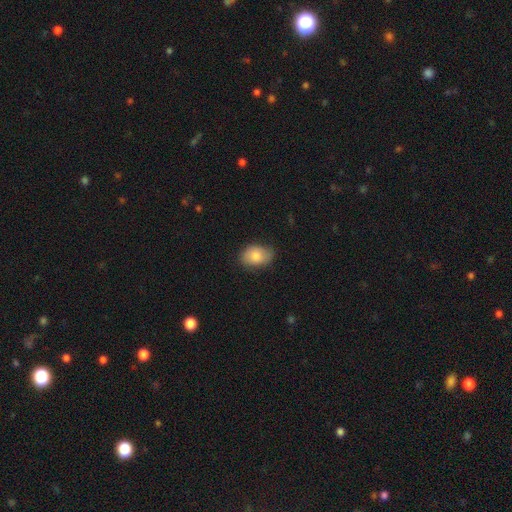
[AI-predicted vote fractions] Overall: smooth (81%). How rounded: in between (83%). Merging: none (75%).